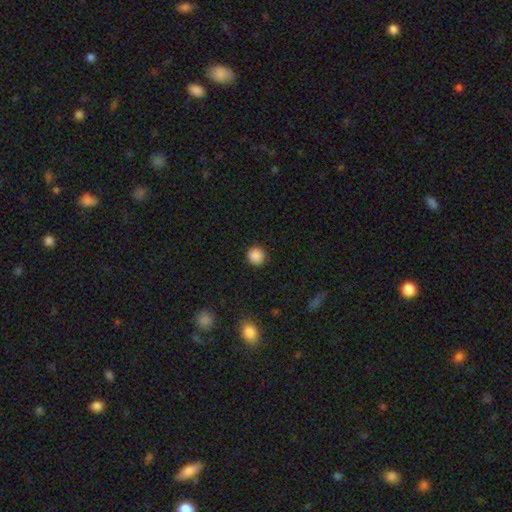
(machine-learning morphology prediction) smooth 87%, star or artifact 10%, featured or disk 3%. Down the decision tree: how rounded — round (94%); merging — none (91%).